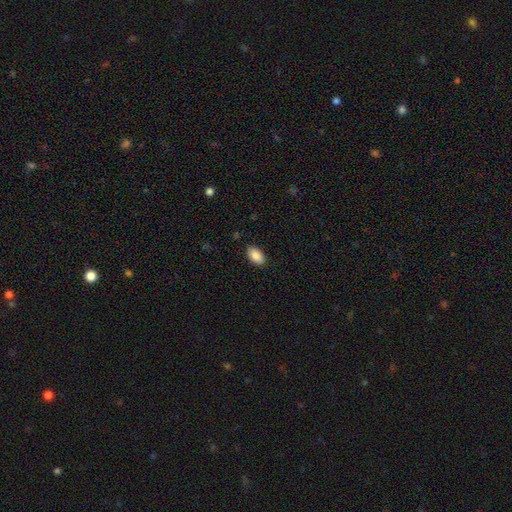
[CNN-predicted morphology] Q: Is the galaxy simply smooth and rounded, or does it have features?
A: smooth — 88%.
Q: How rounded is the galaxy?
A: in between — 94%.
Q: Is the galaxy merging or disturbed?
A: none — 88%.